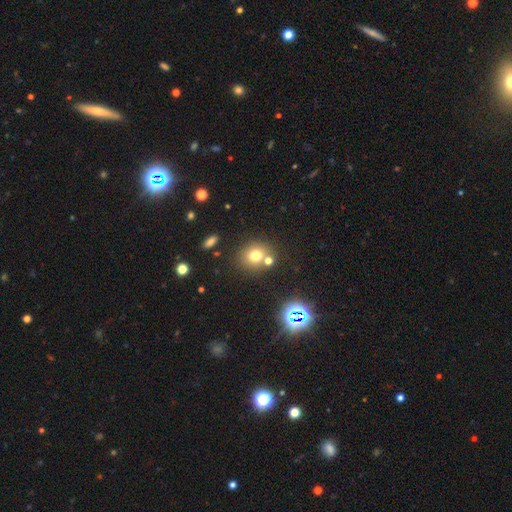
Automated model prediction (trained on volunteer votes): Q: Smooth or featured?
A: smooth (71%); runner-up: star or artifact (18%)
Q: How rounded?
A: round (76%); runner-up: in between (23%)
Q: Merging?
A: none (67%); runner-up: merger (20%)